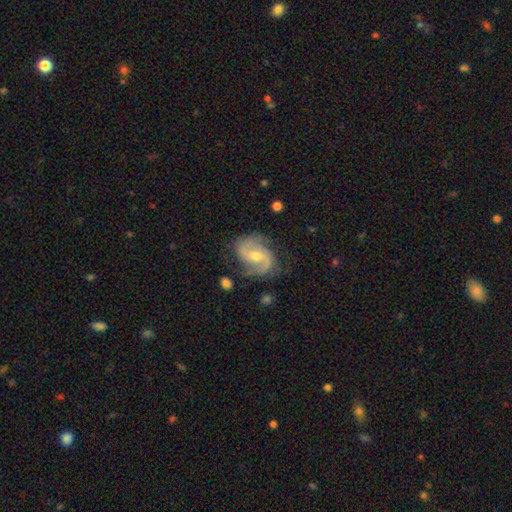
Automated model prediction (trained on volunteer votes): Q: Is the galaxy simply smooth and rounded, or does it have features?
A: featured or disk — 89%.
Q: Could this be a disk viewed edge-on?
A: no — 98%.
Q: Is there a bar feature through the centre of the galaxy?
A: weak — 47%.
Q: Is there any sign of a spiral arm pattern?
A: yes — 97%.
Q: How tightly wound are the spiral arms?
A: medium — 54%.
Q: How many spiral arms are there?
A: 2 — 87%.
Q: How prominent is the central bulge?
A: moderate — 52%.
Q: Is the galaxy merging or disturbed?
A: none — 74%.